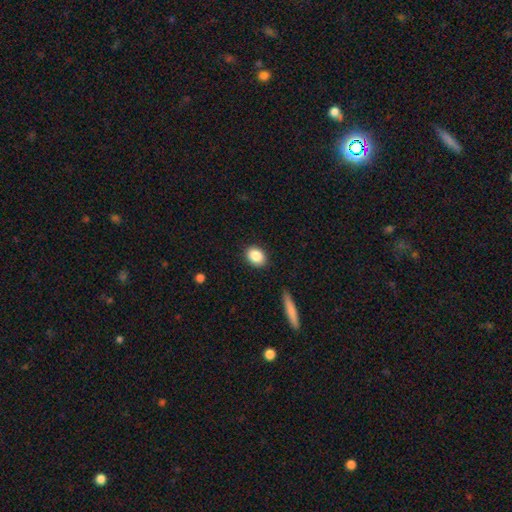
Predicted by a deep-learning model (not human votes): Overall: smooth (87%). How rounded: in between (64%; round 35%). Merging: none (88%).